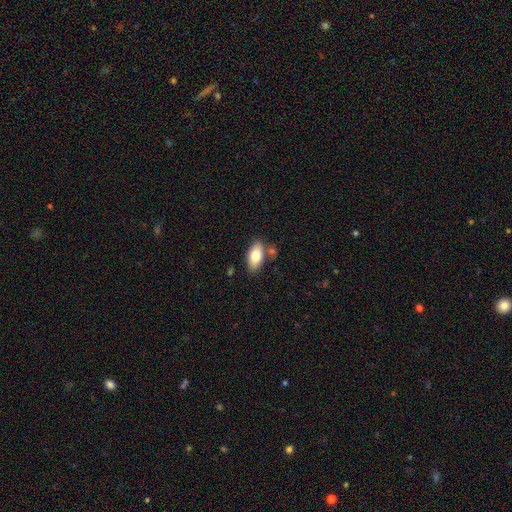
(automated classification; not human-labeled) smooth_or_featured: smooth (p=0.78) [alt: featured or disk p=0.15]
how_rounded: in between (p=0.91) [alt: cigar-shaped p=0.05]
merging: none (p=0.74) [alt: minor disturbance p=0.13]